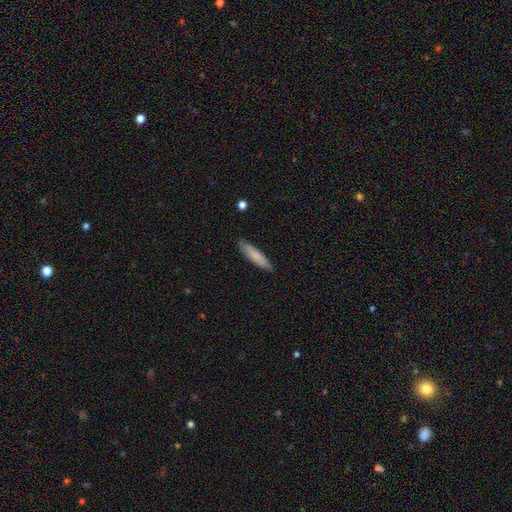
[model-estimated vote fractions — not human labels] A smooth galaxy with no disk features (74%) that is cigar-shaped (81%).

Vote fractions:
- Smooth or featured? smooth: 74% / featured or disk: 21% / star or artifact: 6%
- How rounded? cigar-shaped: 81% / in between: 17% / round: 1%
- Merging? none: 85% / minor disturbance: 12% / major disturbance: 2% / merger: 1%